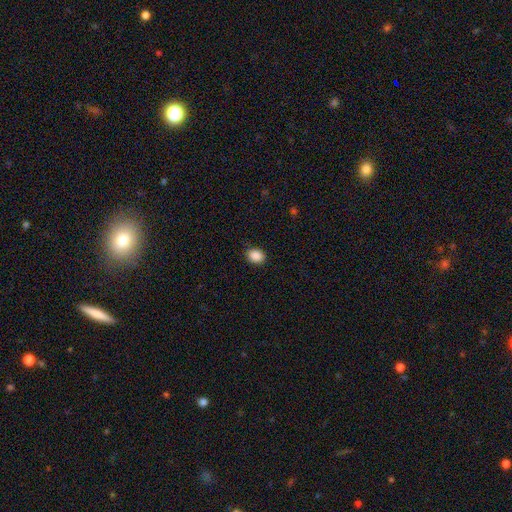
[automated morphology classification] The model was most divided on "how rounded": in between: 55%, round: 45%, cigar-shaped: 1%. More confident: smooth or featured — smooth (89%); merging — none (88%).